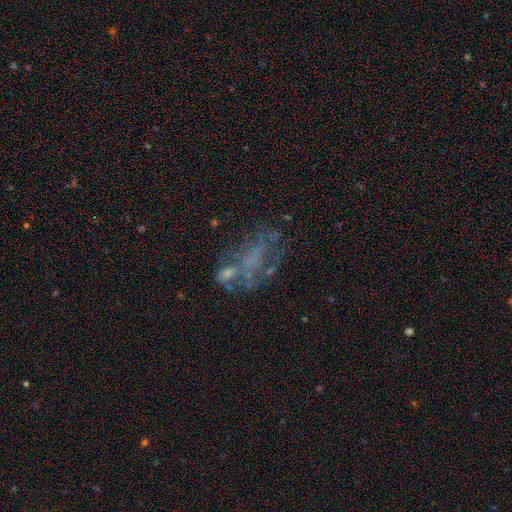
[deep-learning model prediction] This appears to be a featured or disk galaxy (57%) with no bar (85%), no spiral arms (83%) and no central bulge (74%). Merging: none (37%).